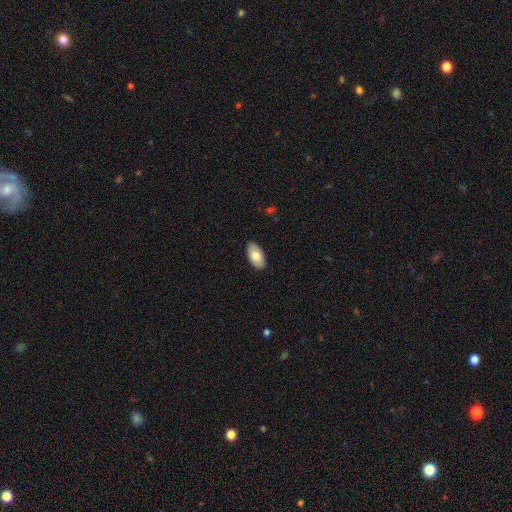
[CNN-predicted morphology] smooth_or_featured: smooth (p=0.74) [alt: featured or disk p=0.20]
how_rounded: in between (p=0.95) [alt: round p=0.03]
merging: none (p=0.88) [alt: minor disturbance p=0.09]